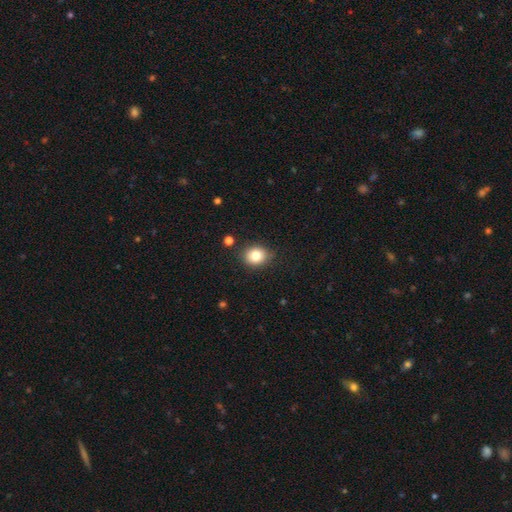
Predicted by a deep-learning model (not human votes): Smooth or featured: smooth — 81% (star or artifact — 11%)
How rounded: round — 68% (in between — 32%)
Merging: none — 84% (minor disturbance — 11%)